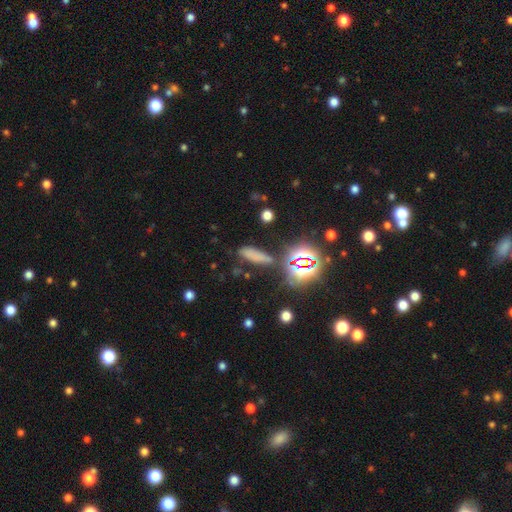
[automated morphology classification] A smooth galaxy with no disk features (62%) that is cigar-shaped (59%).

Vote fractions:
- Smooth or featured? smooth: 62% / star or artifact: 27% / featured or disk: 11%
- How rounded? cigar-shaped: 59% / in between: 34% / round: 6%
- Merging? none: 73% / minor disturbance: 15% / merger: 6% / major disturbance: 6%